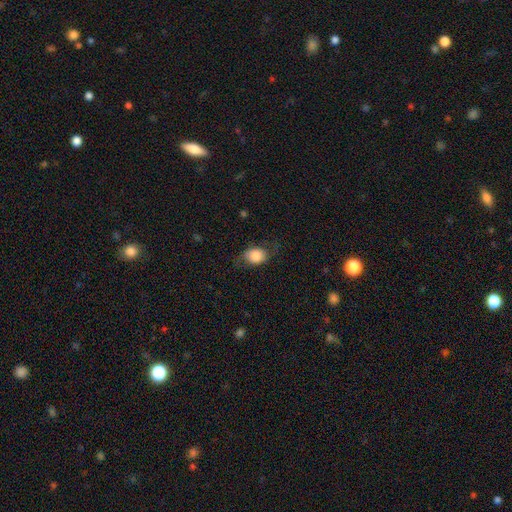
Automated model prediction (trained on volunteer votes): The model was most divided on "how rounded": in between: 62%, round: 36%, cigar-shaped: 1%. More confident: smooth or featured — smooth (73%); merging — none (63%).